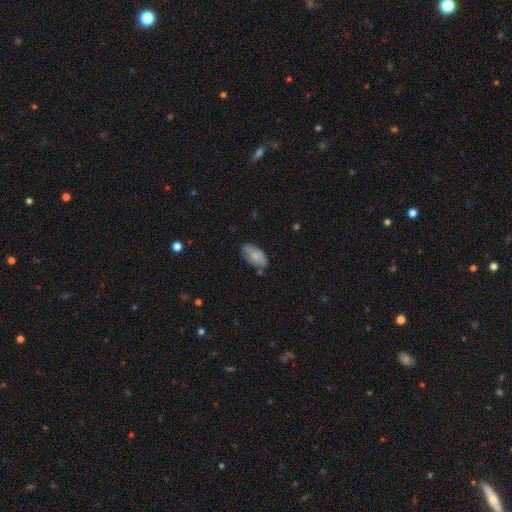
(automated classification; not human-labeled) smooth_or_featured: smooth (p=0.66) [alt: featured or disk p=0.27]
how_rounded: in between (p=0.93) [alt: round p=0.04]
merging: none (p=0.57) [alt: minor disturbance p=0.31]